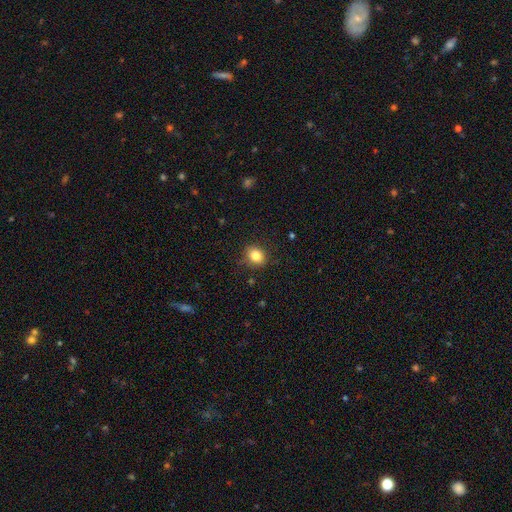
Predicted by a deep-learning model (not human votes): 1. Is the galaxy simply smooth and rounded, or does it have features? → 83% smooth, 11% star or artifact, 6% featured or disk.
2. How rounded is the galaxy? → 60% round, 39% in between, 1% cigar-shaped.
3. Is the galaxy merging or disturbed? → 85% none, 11% minor disturbance, 3% major disturbance, 1% merger.